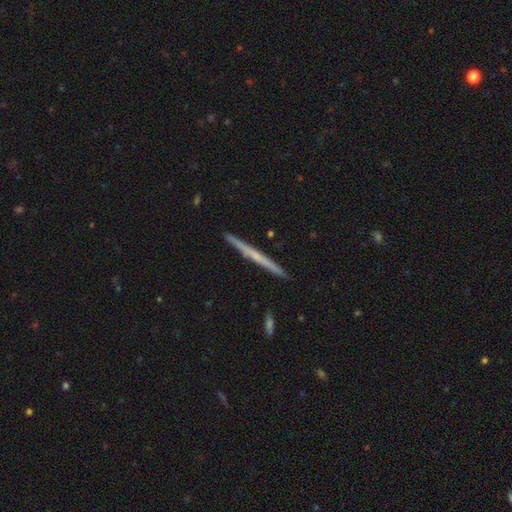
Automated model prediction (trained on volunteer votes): This is likely a featured or disk galaxy (62%). It is clearly viewed edge-on (98%). Edge-on bulge: likely none (69%). Merging: clearly none (93%).